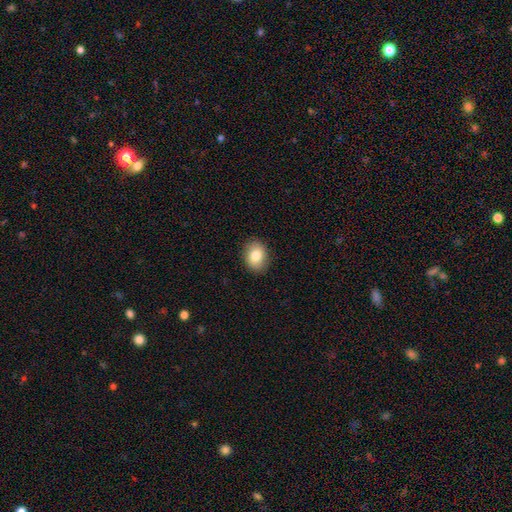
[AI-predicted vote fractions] smooth 82%, featured or disk 10%, star or artifact 8%. Down the decision tree: how rounded — in between (62%); merging — none (89%).